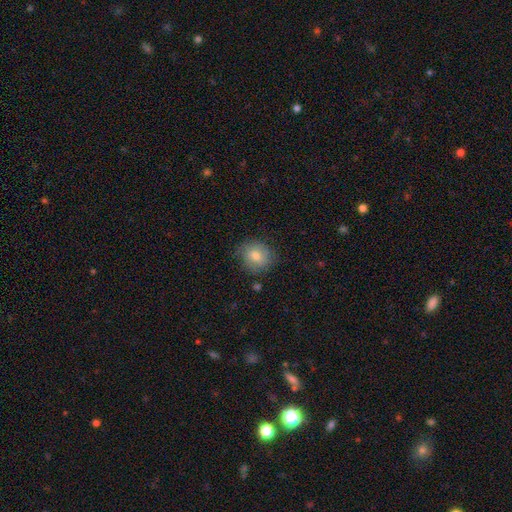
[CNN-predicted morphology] A smooth galaxy with no disk features (75%) that is round (73%). Merging: none (78%).